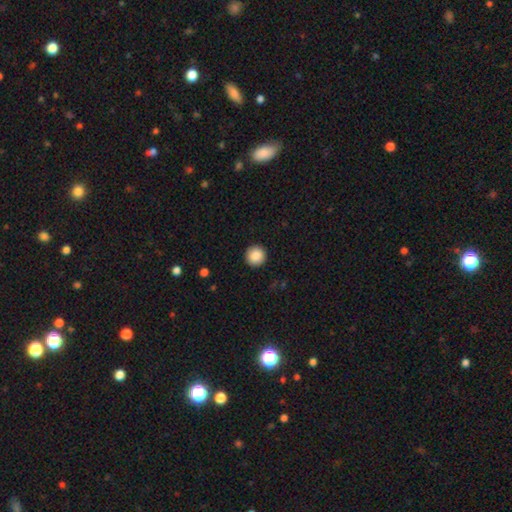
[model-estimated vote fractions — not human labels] A smooth galaxy with no disk features (88%) that is round (96%). Merging: none (93%).